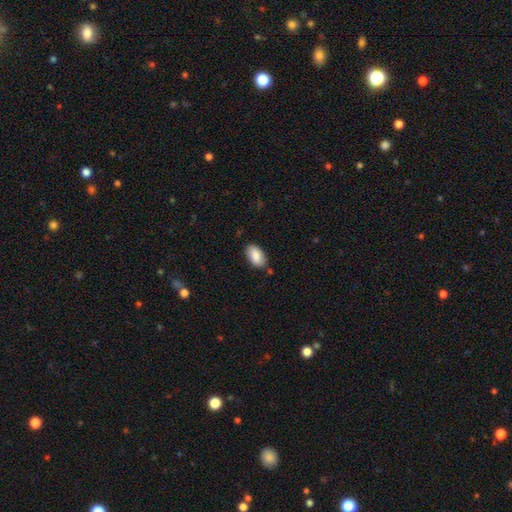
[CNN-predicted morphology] Smooth or featured: smooth — 88% (star or artifact — 6%)
How rounded: in between — 95% (round — 3%)
Merging: none — 81% (minor disturbance — 14%)